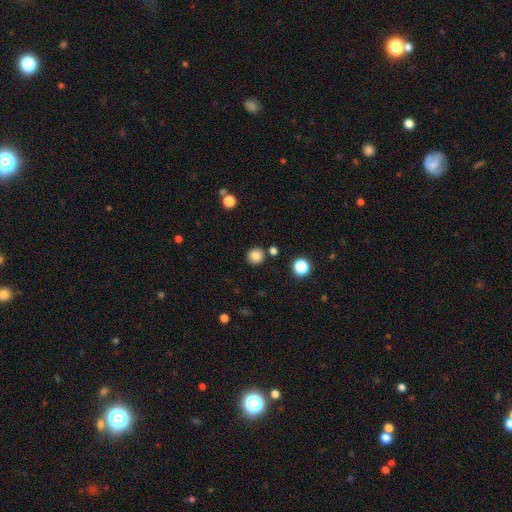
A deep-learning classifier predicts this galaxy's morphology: smooth 83%, star or artifact 11%, featured or disk 6%. Down the decision tree: how rounded — round (93%); merging — none (87%).